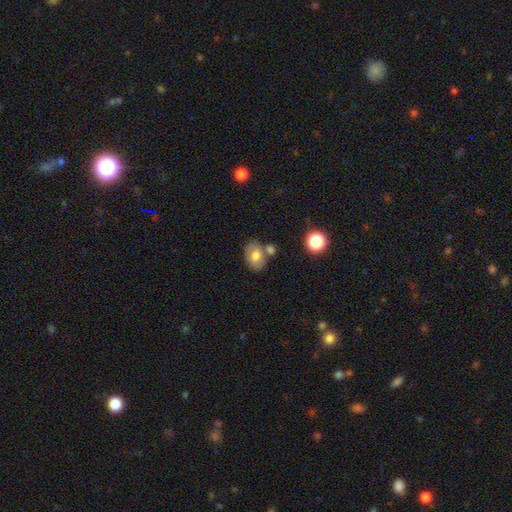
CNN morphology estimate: type=smooth (64%); roundness=in between (77%); merging=none (58%).